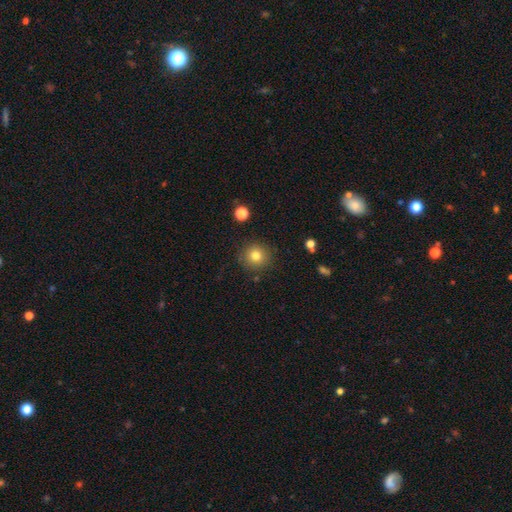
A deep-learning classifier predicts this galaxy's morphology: A smooth galaxy with no disk features (80%) that is round (93%).

Vote fractions:
- Smooth or featured? smooth: 80% / star or artifact: 12% / featured or disk: 8%
- How rounded? round: 93% / in between: 6% / cigar-shaped: 1%
- Merging? none: 89% / minor disturbance: 7% / major disturbance: 2% / merger: 2%